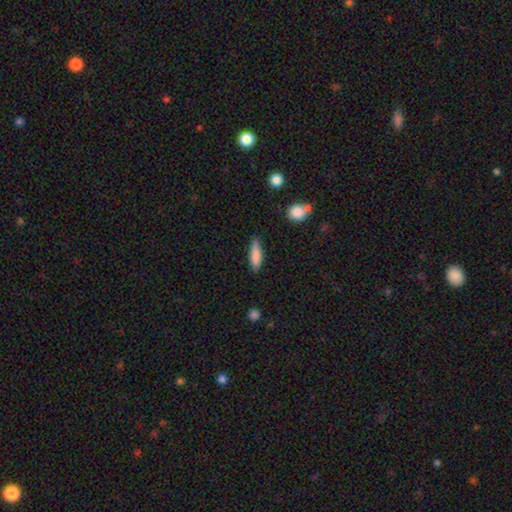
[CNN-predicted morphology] type=smooth (84%); roundness=cigar-shaped (61%); merging=none (77%).